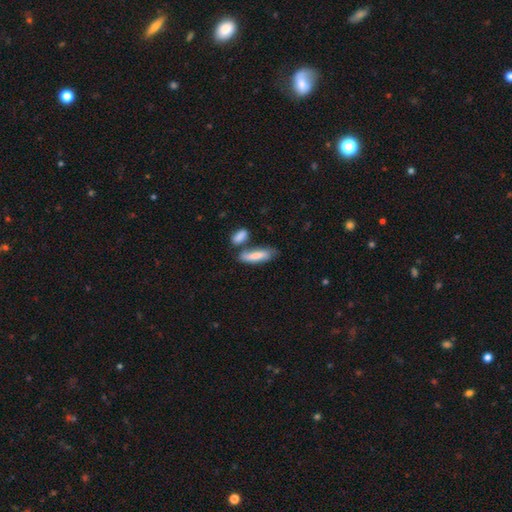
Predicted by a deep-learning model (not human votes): Smooth or featured? Predicted: smooth (p=0.78). How rounded? Predicted: cigar-shaped (p=0.55). Merging? Predicted: none (p=0.52).